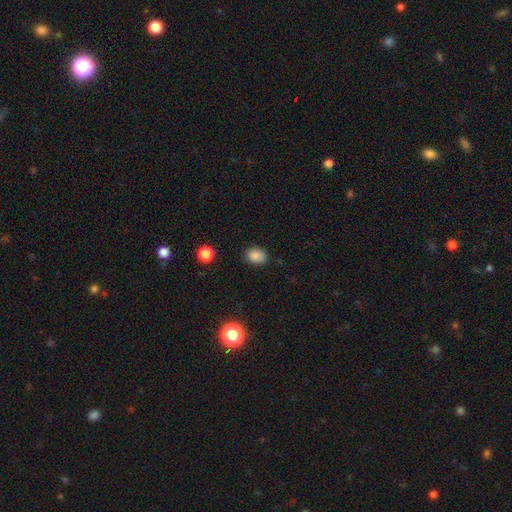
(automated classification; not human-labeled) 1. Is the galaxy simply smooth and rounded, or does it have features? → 84% smooth, 11% star or artifact, 4% featured or disk.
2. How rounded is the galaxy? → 69% in between, 30% round, 1% cigar-shaped.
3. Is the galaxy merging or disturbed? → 82% none, 13% minor disturbance, 3% major disturbance, 1% merger.